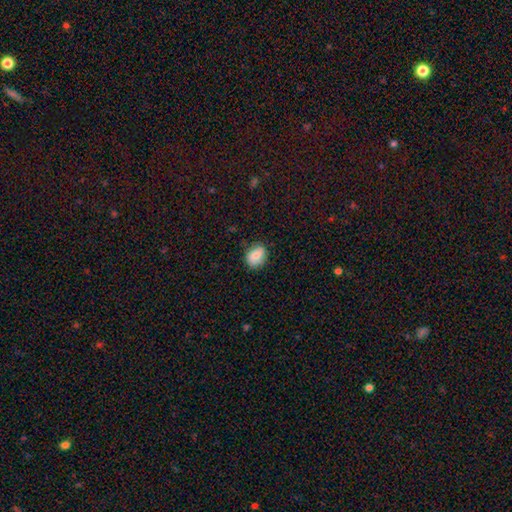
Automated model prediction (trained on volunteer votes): Morphology: type=smooth (75%); roundness=in between (54%); merging=none (80%).